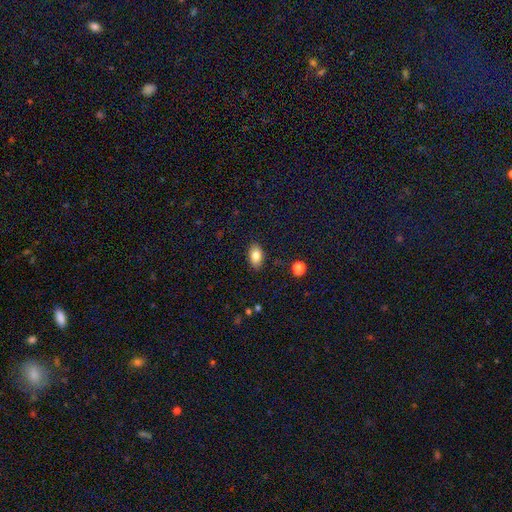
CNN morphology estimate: Smooth or featured?
  - smooth: 82% *
  - featured or disk: 10%
  - star or artifact: 8%
How rounded?
  - in between: 90% *
  - round: 8%
  - cigar-shaped: 2%
Merging?
  - none: 86% *
  - minor disturbance: 10%
  - major disturbance: 2%
  - merger: 1%